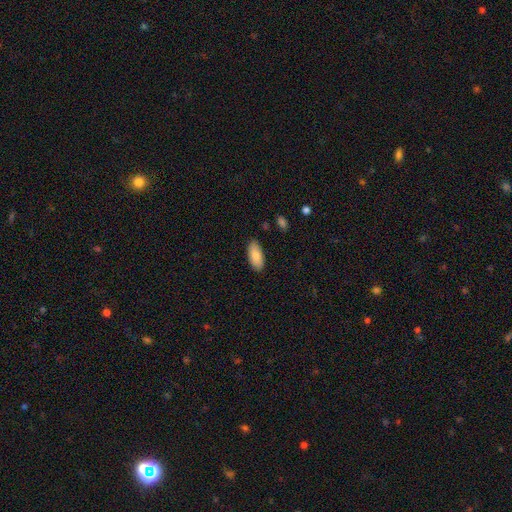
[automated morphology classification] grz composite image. It shows a smooth galaxy with no disk features (84%) that is in between round and cigar-shaped (89%). Merging: none (85%).